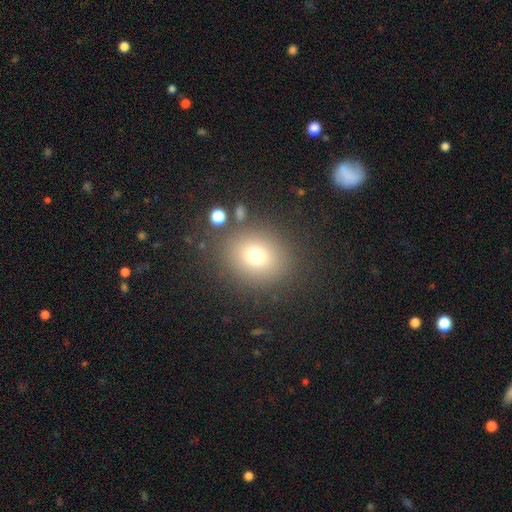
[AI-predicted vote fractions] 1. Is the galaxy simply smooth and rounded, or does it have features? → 72% smooth, 16% star or artifact, 12% featured or disk.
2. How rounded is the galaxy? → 70% round, 29% in between, 1% cigar-shaped.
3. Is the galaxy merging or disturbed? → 83% none, 9% minor disturbance, 5% major disturbance, 4% merger.